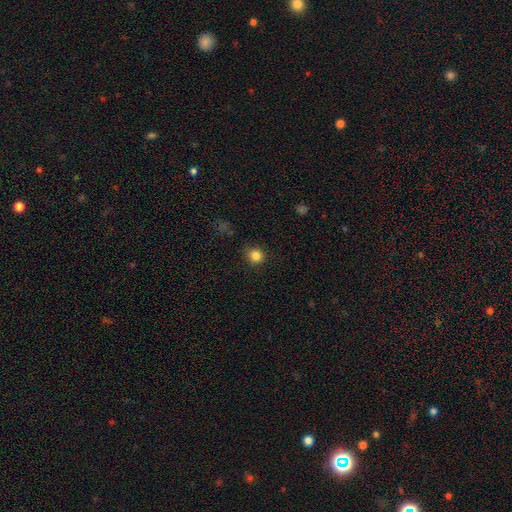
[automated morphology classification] This is clearly a smooth galaxy (84%). How rounded: clearly round (89%). Merging: clearly none (88%).